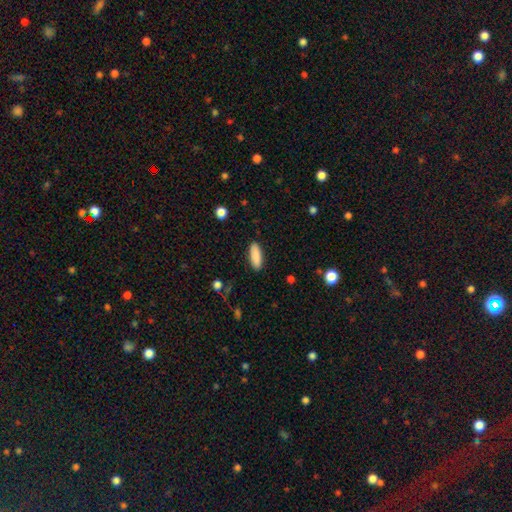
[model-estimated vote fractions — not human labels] smooth_or_featured: smooth (p=0.89) [alt: star or artifact p=0.06]
how_rounded: in between (p=0.57) [alt: cigar-shaped p=0.41]
merging: none (p=0.90) [alt: minor disturbance p=0.07]